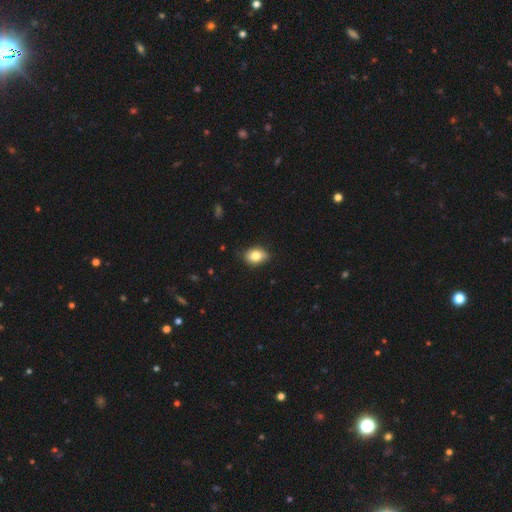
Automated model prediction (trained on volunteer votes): A smooth galaxy with no disk features (82%) that is in between round and cigar-shaped (72%).

Vote fractions:
- Smooth or featured? smooth: 82% / featured or disk: 10% / star or artifact: 9%
- How rounded? in between: 72% / round: 27% / cigar-shaped: 1%
- Merging? none: 76% / minor disturbance: 20% / major disturbance: 3% / merger: 1%